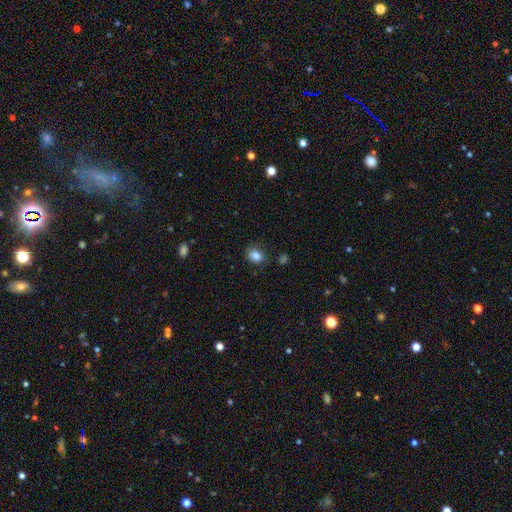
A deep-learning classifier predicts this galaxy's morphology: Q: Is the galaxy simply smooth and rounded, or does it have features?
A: smooth — 84%.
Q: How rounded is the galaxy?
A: in between — 62%.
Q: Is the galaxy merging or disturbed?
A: none — 76%.